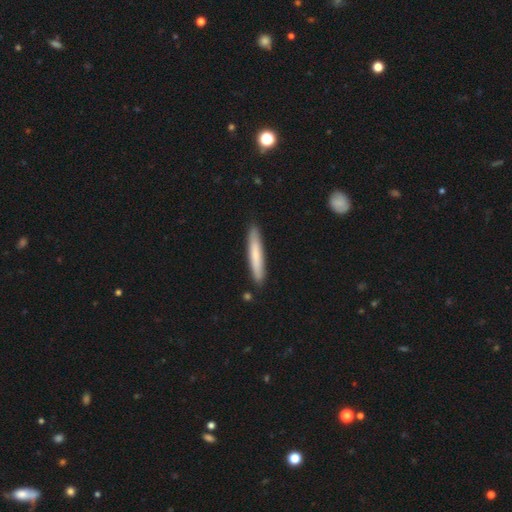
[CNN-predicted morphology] A smooth galaxy with no disk features (72%) that is cigar-shaped (94%). Merging: none (88%).